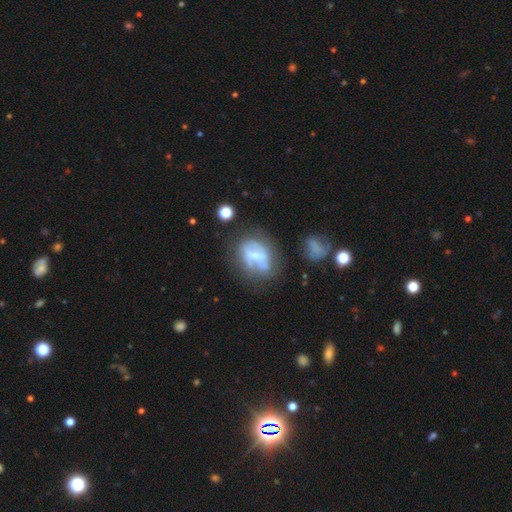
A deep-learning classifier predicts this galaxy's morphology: Q: Smooth or featured?
A: featured or disk (60%); runner-up: smooth (30%)
Q: Edge-on disk?
A: no (94%); runner-up: yes (6%)
Q: Bar?
A: no (37%); runner-up: weak (34%)
Q: Spiral arms?
A: no (63%); runner-up: yes (37%)
Q: Bulge size?
A: small (44%); runner-up: moderate (28%)
Q: Merging?
A: none (45%); runner-up: minor disturbance (24%)